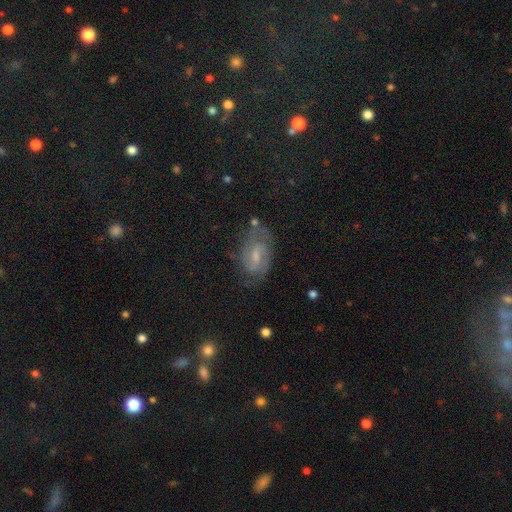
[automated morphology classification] Q: Smooth or featured?
A: featured or disk (68%); runner-up: smooth (20%)
Q: Edge-on disk?
A: no (96%); runner-up: yes (4%)
Q: Bar?
A: weak (59%); runner-up: no (27%)
Q: Spiral arms?
A: yes (89%); runner-up: no (11%)
Q: Spiral winding?
A: medium (47%); runner-up: tight (38%)
Q: Spiral arm count?
A: 2 (68%); runner-up: can't tell (20%)
Q: Bulge size?
A: small (49%); runner-up: moderate (37%)
Q: Merging?
A: none (66%); runner-up: minor disturbance (22%)